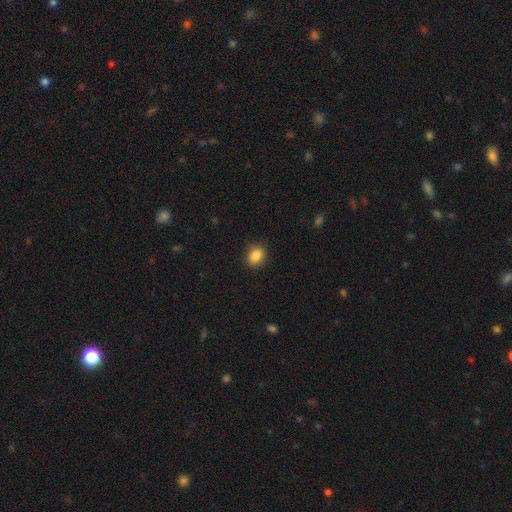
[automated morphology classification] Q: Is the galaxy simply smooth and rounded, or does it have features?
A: smooth — 86%.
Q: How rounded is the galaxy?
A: round — 55%.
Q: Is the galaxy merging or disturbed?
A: none — 88%.